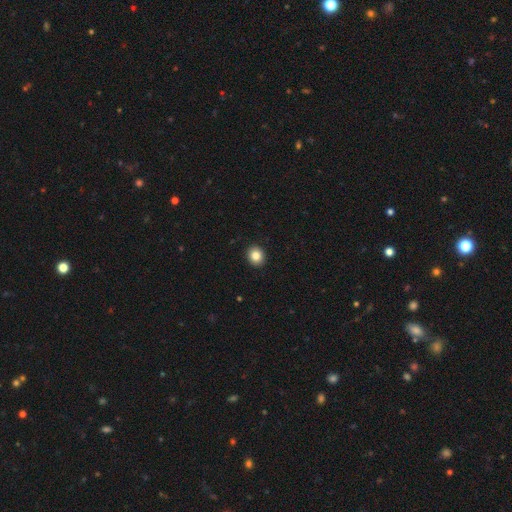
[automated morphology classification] Q: Smooth or featured?
A: smooth (85%); runner-up: star or artifact (10%)
Q: How rounded?
A: round (76%); runner-up: in between (23%)
Q: Merging?
A: none (93%); runner-up: minor disturbance (5%)